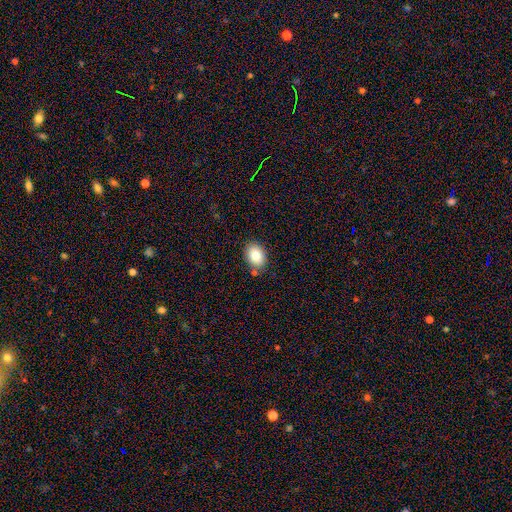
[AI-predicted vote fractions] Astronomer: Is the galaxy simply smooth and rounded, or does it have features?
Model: smooth — 83%.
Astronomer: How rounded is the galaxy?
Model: in between — 69%.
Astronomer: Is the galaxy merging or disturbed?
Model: none — 82%.